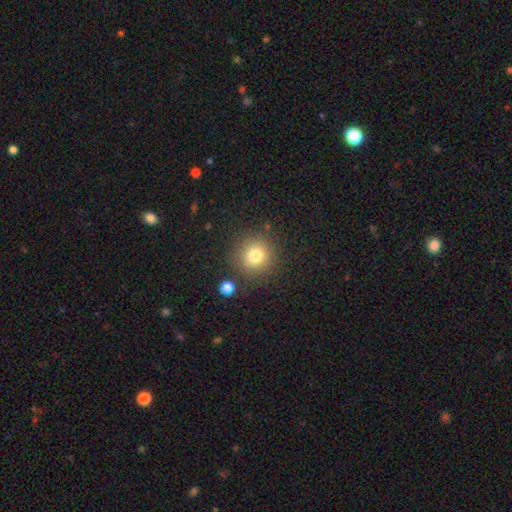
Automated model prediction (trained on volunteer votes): Smooth or featured? Predicted: smooth (p=0.79). How rounded? Predicted: round (p=0.93). Merging? Predicted: none (p=0.84).